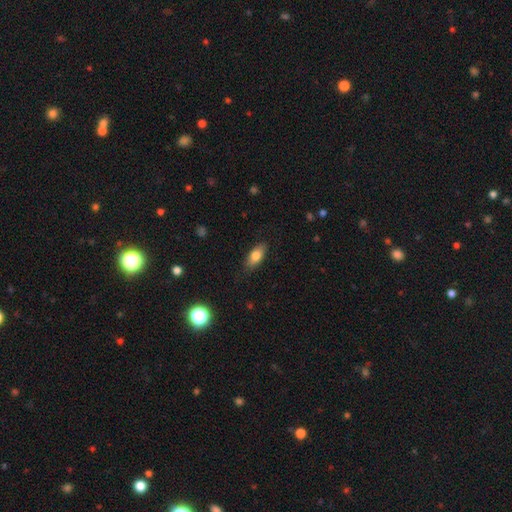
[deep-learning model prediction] This appears to be a smooth galaxy with no disk features (77%) that is in between round and cigar-shaped (82%). Merging: none (83%).